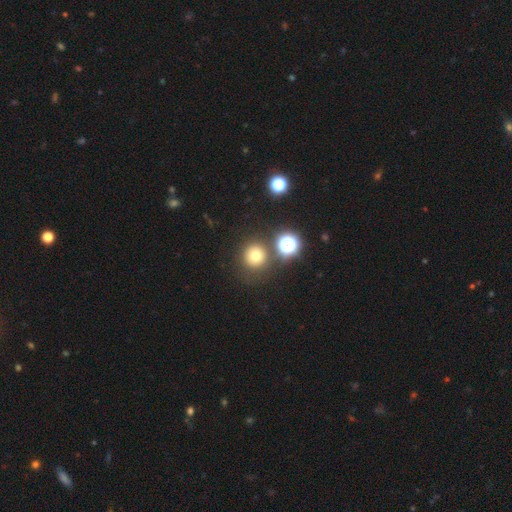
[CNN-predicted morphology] Smooth or featured: smooth — 71% (star or artifact — 19%)
How rounded: round — 93% (in between — 6%)
Merging: none — 78% (merger — 9%)